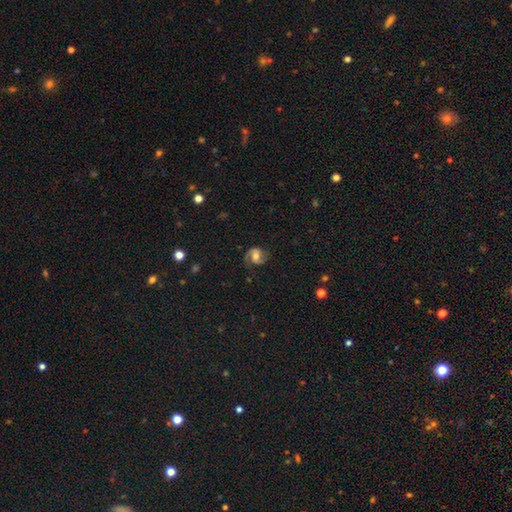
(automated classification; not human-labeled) This appears to be a featured or disk galaxy (68%) with no bar (45%), 2 (80%) medium (49%) spiral arms (91%) and a moderate central bulge (66%). Merging: none (70%).